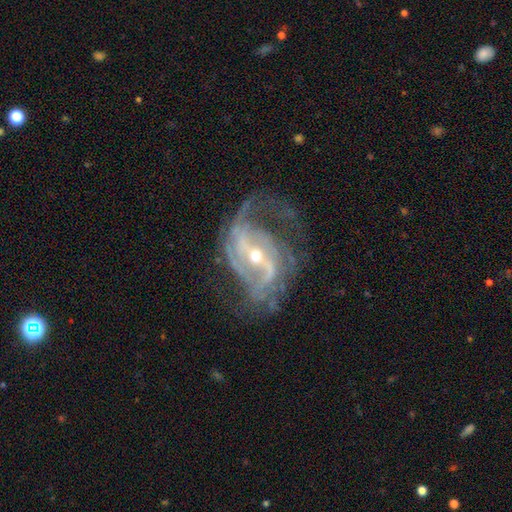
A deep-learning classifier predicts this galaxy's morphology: Q: Smooth or featured?
A: featured or disk (90%); runner-up: star or artifact (6%)
Q: Edge-on disk?
A: no (97%); runner-up: yes (3%)
Q: Bar?
A: strong (48%); runner-up: weak (35%)
Q: Spiral arms?
A: yes (95%); runner-up: no (5%)
Q: Spiral winding?
A: medium (46%); runner-up: loose (34%)
Q: Spiral arm count?
A: 2 (62%); runner-up: can't tell (14%)
Q: Bulge size?
A: small (56%); runner-up: moderate (41%)
Q: Merging?
A: none (49%); runner-up: major disturbance (29%)